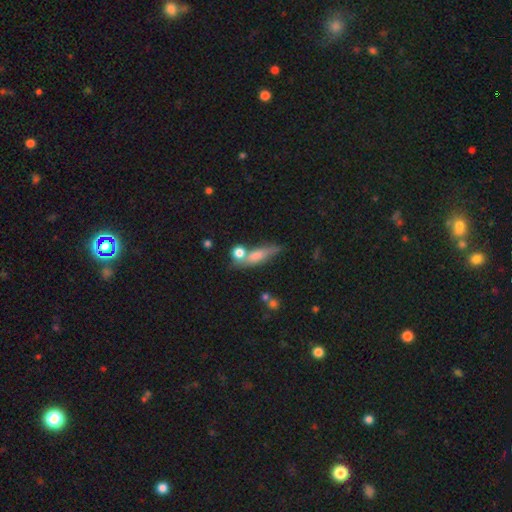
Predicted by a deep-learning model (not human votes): Smooth or featured?
  - smooth: 63% *
  - featured or disk: 26%
  - star or artifact: 12%
How rounded?
  - cigar-shaped: 58% *
  - in between: 34%
  - round: 8%
Merging?
  - none: 53% *
  - minor disturbance: 19%
  - merger: 19%
  - major disturbance: 9%